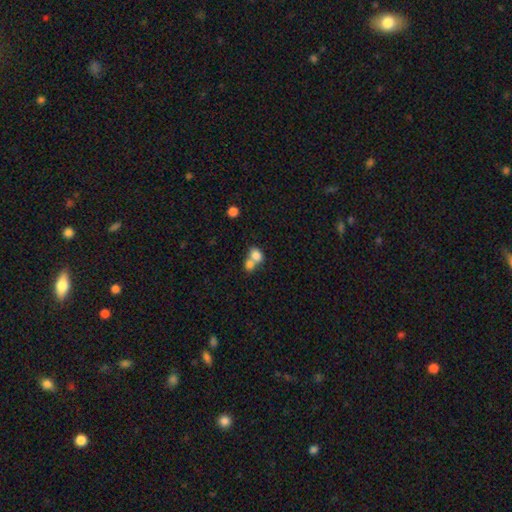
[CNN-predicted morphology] Smooth or featured: smooth — 79% (featured or disk — 12%)
How rounded: in between — 53% (round — 45%)
Merging: merger — 64% (none — 26%)